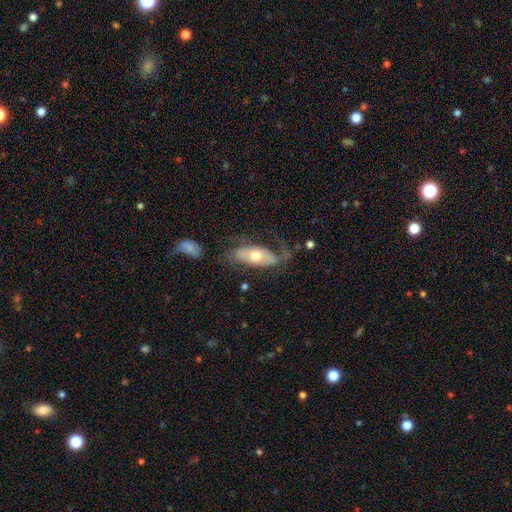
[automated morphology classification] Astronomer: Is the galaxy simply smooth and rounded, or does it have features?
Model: featured or disk — 55% (runner-up: smooth, 38%).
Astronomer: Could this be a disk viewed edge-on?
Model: no — 83%.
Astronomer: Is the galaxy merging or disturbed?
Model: none — 40% (runner-up: major disturbance, 33%).